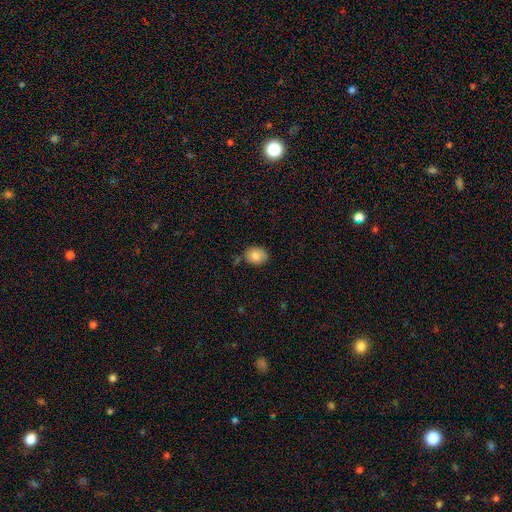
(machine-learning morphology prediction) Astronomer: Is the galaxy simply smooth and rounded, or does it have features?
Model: smooth — 83%.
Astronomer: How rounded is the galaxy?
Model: in between — 59% (runner-up: round, 40%).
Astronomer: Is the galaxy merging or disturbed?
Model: none — 73%.